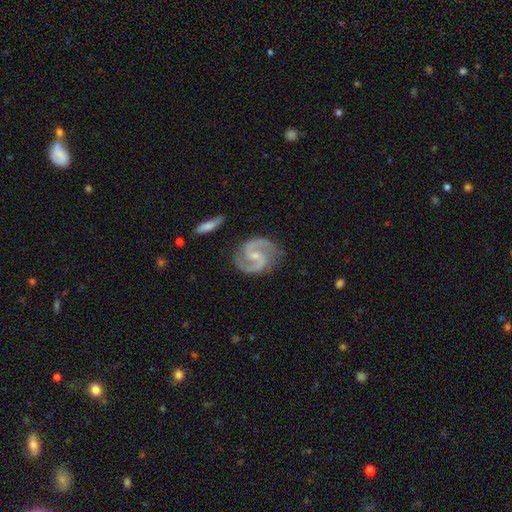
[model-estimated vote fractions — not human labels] Smooth or featured: featured or disk — 93% (star or artifact — 4%)
Edge-on disk: no — 98% (yes — 2%)
Bar: weak — 44% (no — 43%)
Spiral arms: yes — 98% (no — 2%)
Spiral winding: medium — 65% (tight — 23%)
Spiral arm count: 2 — 94% (can't tell — 2%)
Bulge size: small — 60% (moderate — 33%)
Merging: none — 82% (minor disturbance — 13%)